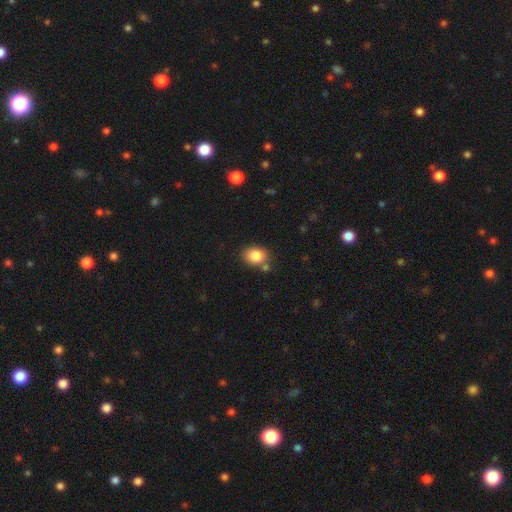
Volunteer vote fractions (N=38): A smooth galaxy with no disk features (79%) that is in between round and cigar-shaped (63%).

Vote fractions:
- Smooth or featured? smooth: 79% / featured or disk: 16% / star or artifact: 5%
- How rounded? in between: 63% / round: 33% / cigar-shaped: 3%
- Merging? none: 81% / merger: 8% / minor disturbance: 6% / major disturbance: 6%